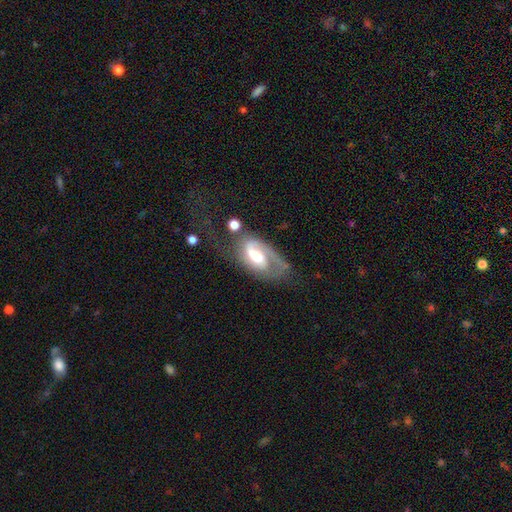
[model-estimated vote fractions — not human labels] smooth-or-featured: featured or disk: 76% | smooth: 18% | star or artifact: 6%
  disk-edge-on: no: 95% | yes: 5%
    bar: weak: 46% | no: 32% | strong: 22%
    has-spiral-arms: yes: 91% | no: 9%
      spiral-winding: medium: 44% | tight: 28% | loose: 28%
      spiral-arm-count: 2: 48% | 1: 42% | can't tell: 7% | 3: 1% | 4: 1% | more than 4: 1%
    bulge-size: moderate: 57% | large: 24% | small: 14% | none: 2% | dominant: 2%
  merging: none: 41% | major disturbance: 29% | minor disturbance: 23% | merger: 7%